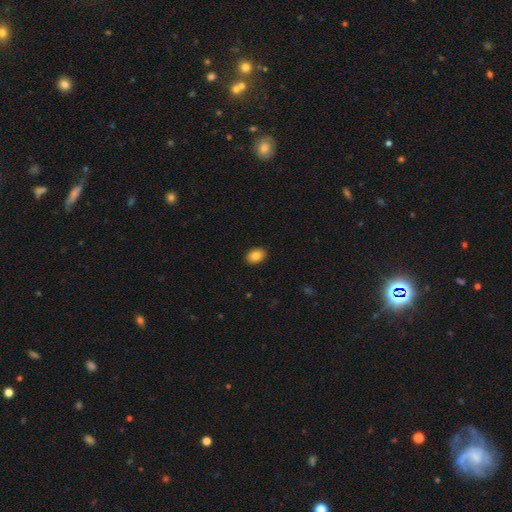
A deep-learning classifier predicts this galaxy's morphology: A smooth galaxy with no disk features (84%) that is in between round and cigar-shaped (75%).

Vote fractions:
- Smooth or featured? smooth: 84% / star or artifact: 8% / featured or disk: 8%
- How rounded? in between: 75% / round: 24% / cigar-shaped: 1%
- Merging? none: 91% / minor disturbance: 7% / major disturbance: 2% / merger: 1%